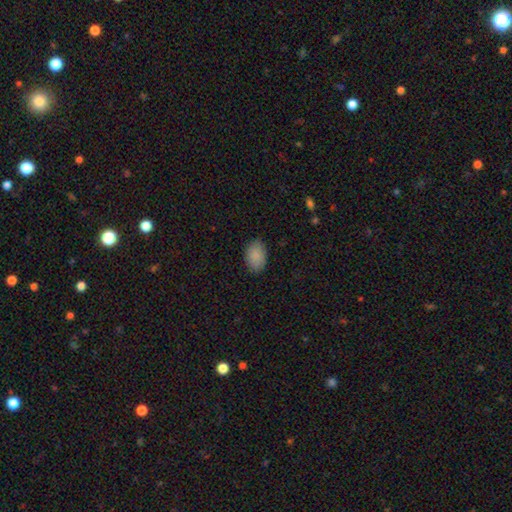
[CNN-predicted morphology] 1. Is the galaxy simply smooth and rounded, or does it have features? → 88% smooth, 7% star or artifact, 5% featured or disk.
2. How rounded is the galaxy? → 87% in between, 12% round, 1% cigar-shaped.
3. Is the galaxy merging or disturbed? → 84% none, 13% minor disturbance, 3% major disturbance, 1% merger.